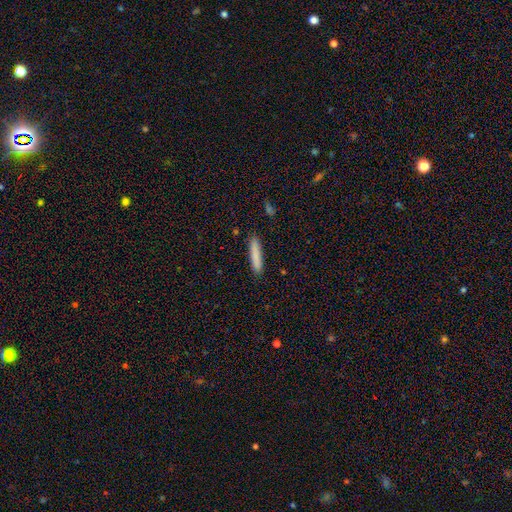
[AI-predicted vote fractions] Overall: smooth (85%). How rounded: cigar-shaped (91%). Merging: none (90%).